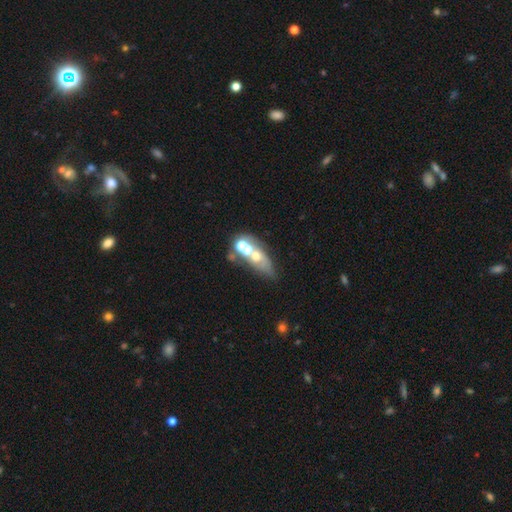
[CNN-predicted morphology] This is marginally a featured or disk galaxy (45%). Merging: marginally merger (43%).